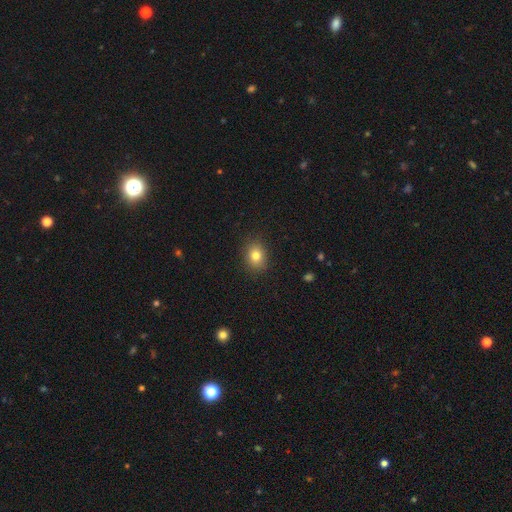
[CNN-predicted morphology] This appears to be a smooth galaxy with no disk features (80%) that is in between round and cigar-shaped (57%). Merging: none (88%).